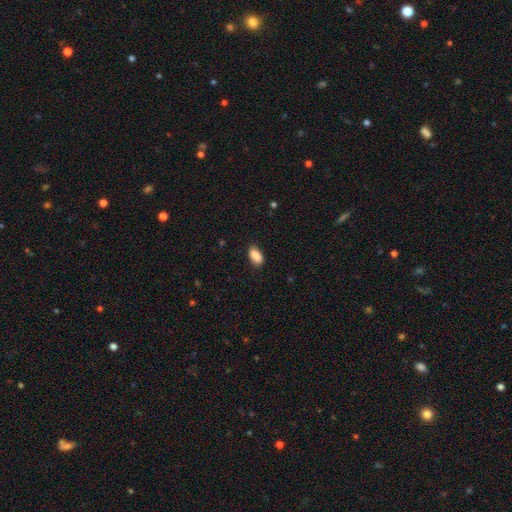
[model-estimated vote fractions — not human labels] smooth-or-featured: smooth: 88% | star or artifact: 8% | featured or disk: 4%
  how-rounded: in between: 91% | cigar-shaped: 5% | round: 4%
  merging: none: 77% | minor disturbance: 18% | major disturbance: 3% | merger: 2%